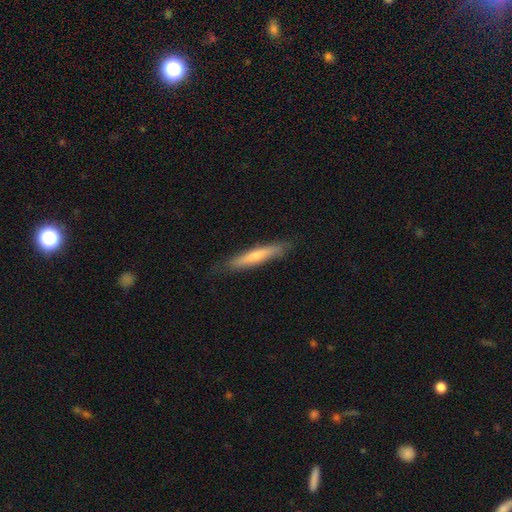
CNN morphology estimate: This is likely a smooth galaxy (64%). How rounded: clearly cigar-shaped (93%). Merging: clearly none (83%).